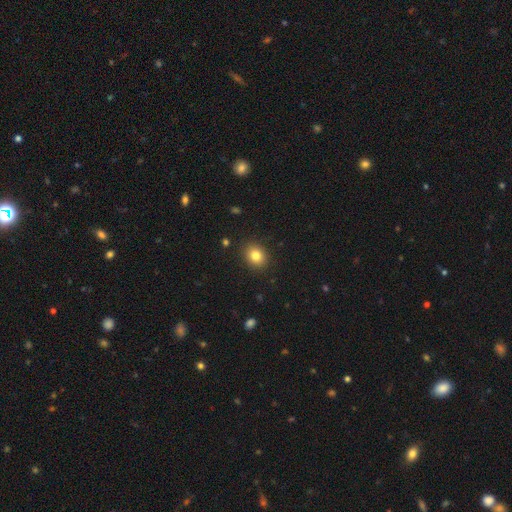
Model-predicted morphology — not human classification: This appears to be a smooth galaxy with no disk features (82%) that is round (59%). Merging: none (90%).